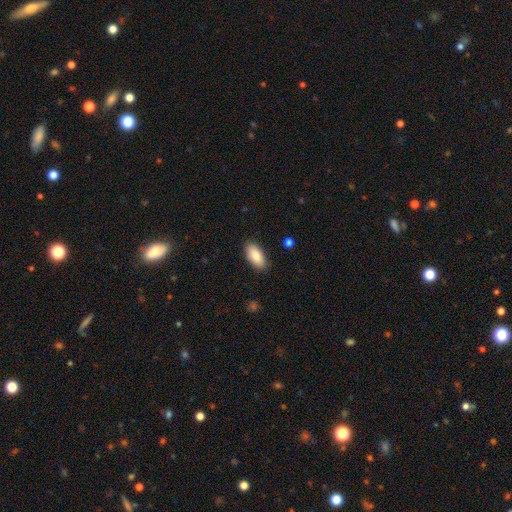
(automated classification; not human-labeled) Smooth or featured? Predicted: smooth (p=0.87). How rounded? Predicted: in between (p=0.91). Merging? Predicted: none (p=0.88).